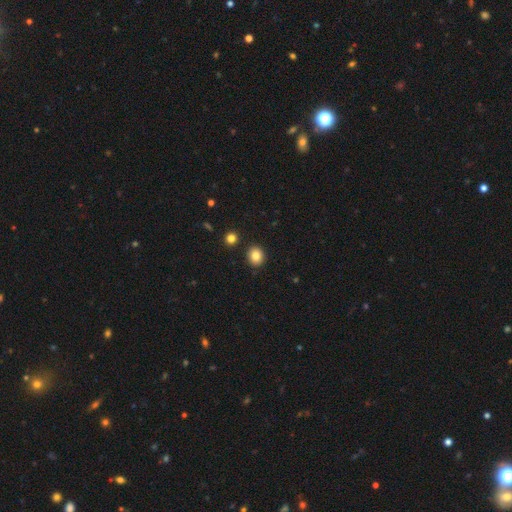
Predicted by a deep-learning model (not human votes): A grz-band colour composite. It shows a smooth galaxy with no disk features (84%) that is round (70%). Merging: none (90%).